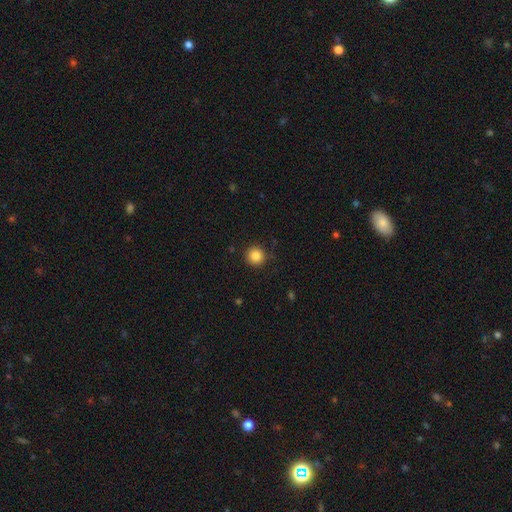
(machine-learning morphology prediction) This appears to be a smooth galaxy with no disk features (85%) that is round (94%). Merging: none (89%).